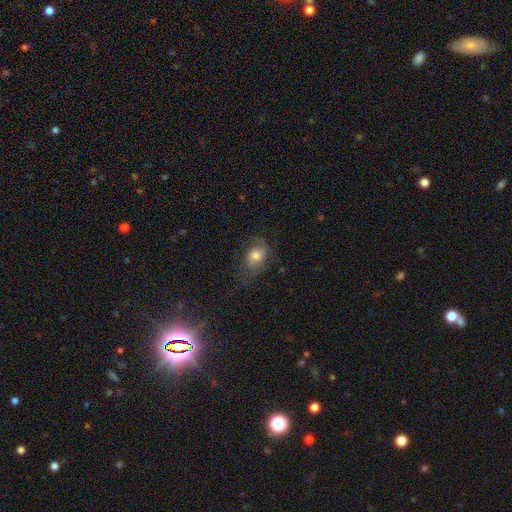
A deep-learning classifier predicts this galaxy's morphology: Smooth or featured?
  - smooth: 57% *
  - featured or disk: 33%
  - star or artifact: 10%
How rounded?
  - in between: 64% *
  - round: 34%
  - cigar-shaped: 1%
Merging?
  - none: 51% *
  - minor disturbance: 27%
  - major disturbance: 21%
  - merger: 2%